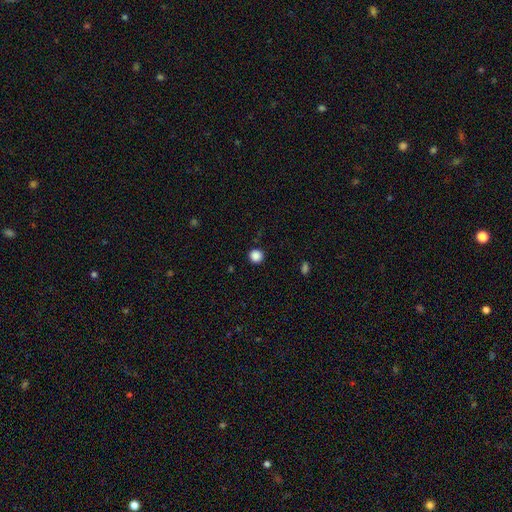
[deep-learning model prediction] smooth-or-featured: smooth: 87% | star or artifact: 11% | featured or disk: 2%
  how-rounded: round: 94% | in between: 5% | cigar-shaped: 1%
  merging: none: 91% | minor disturbance: 6% | major disturbance: 2% | merger: 1%